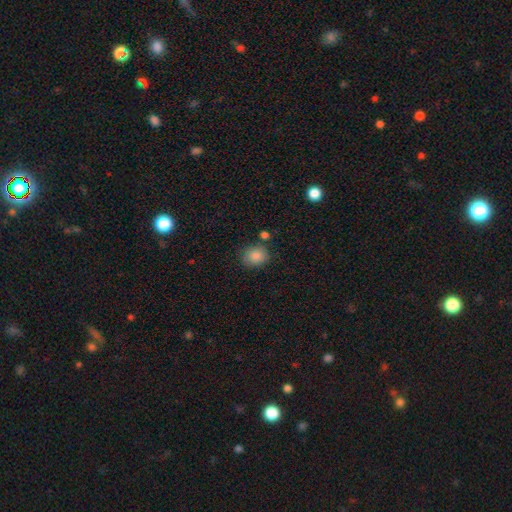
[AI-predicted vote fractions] A smooth galaxy with no disk features (85%) that is round (60%).

Vote fractions:
- Smooth or featured? smooth: 85% / star or artifact: 9% / featured or disk: 6%
- How rounded? round: 60% / in between: 39% / cigar-shaped: 1%
- Merging? none: 76% / minor disturbance: 14% / merger: 6% / major disturbance: 4%